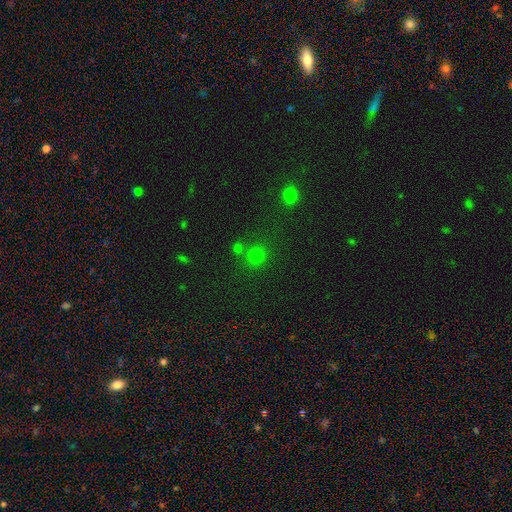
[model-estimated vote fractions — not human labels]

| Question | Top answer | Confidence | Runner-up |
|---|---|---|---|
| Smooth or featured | smooth | 72% | star or artifact (23%) |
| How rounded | round | 91% | in between (8%) |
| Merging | none | 73% | merger (16%) |